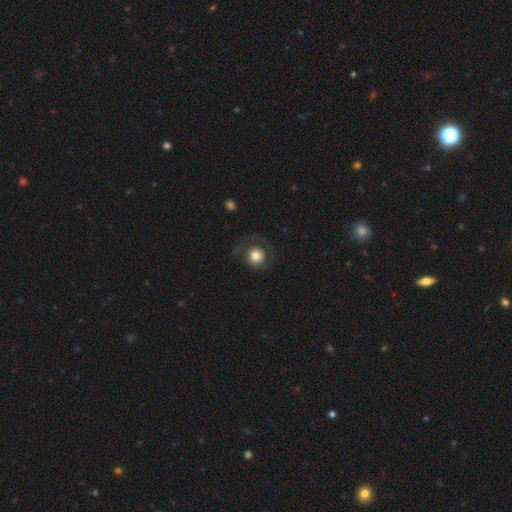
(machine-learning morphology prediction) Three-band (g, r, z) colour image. It shows a smooth galaxy with no disk features (70%) that is round (92%). Merging: none (62%).